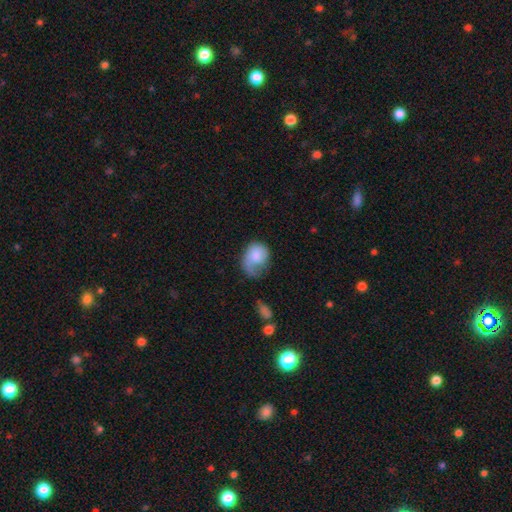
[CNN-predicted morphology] smooth-or-featured: smooth: 68% | featured or disk: 25% | star or artifact: 7%
  how-rounded: in between: 62% | round: 37% | cigar-shaped: 1%
  merging: major disturbance: 36% | none: 31% | minor disturbance: 29% | merger: 4%